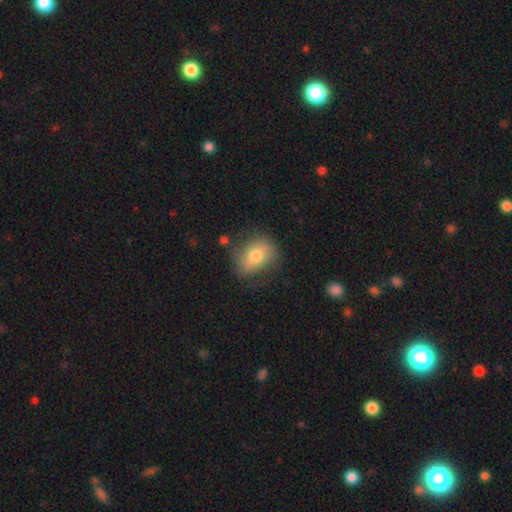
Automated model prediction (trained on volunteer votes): Morphology: type=smooth (69%); roundness=in between (58%); merging=none (66%).